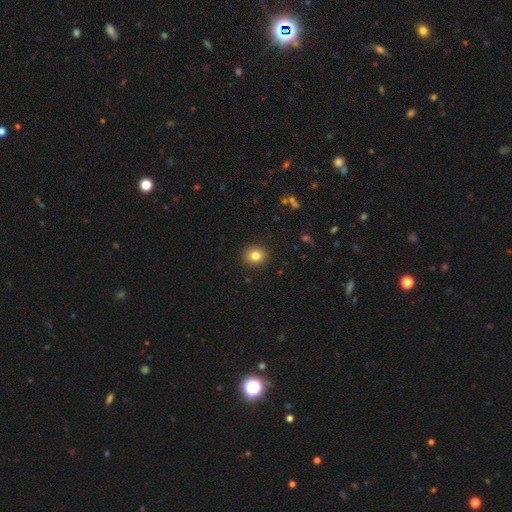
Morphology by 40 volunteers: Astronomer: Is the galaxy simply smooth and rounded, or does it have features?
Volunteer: smooth — 90%.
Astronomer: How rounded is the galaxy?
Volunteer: round — 67%.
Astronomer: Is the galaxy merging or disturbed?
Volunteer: none — 92%.